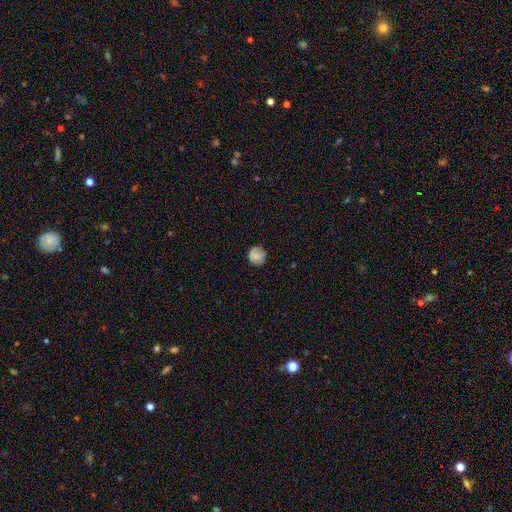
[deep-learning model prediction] Smooth or featured: smooth — 77% (featured or disk — 15%)
How rounded: round — 89% (in between — 10%)
Merging: none — 76% (minor disturbance — 18%)